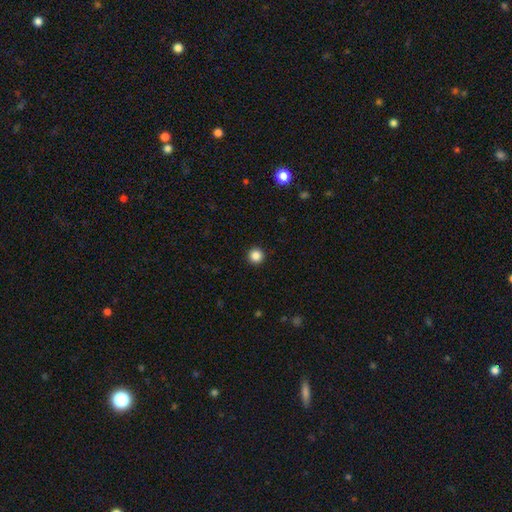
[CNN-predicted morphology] type=smooth (86%); roundness=round (96%); merging=none (94%).